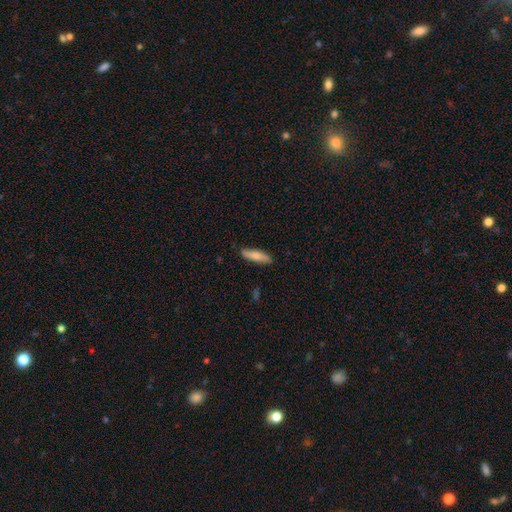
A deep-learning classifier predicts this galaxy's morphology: smooth 78%, featured or disk 16%, star or artifact 6%. Down the decision tree: how rounded — cigar-shaped (70%); merging — none (87%).